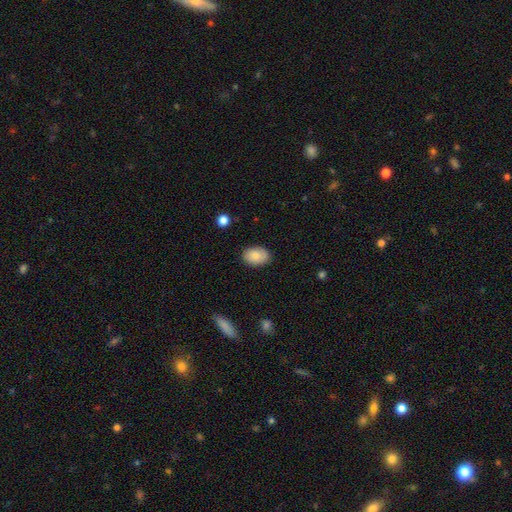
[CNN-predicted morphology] Smooth or featured? Predicted: smooth (p=0.84). How rounded? Predicted: in between (p=0.86). Merging? Predicted: none (p=0.85).